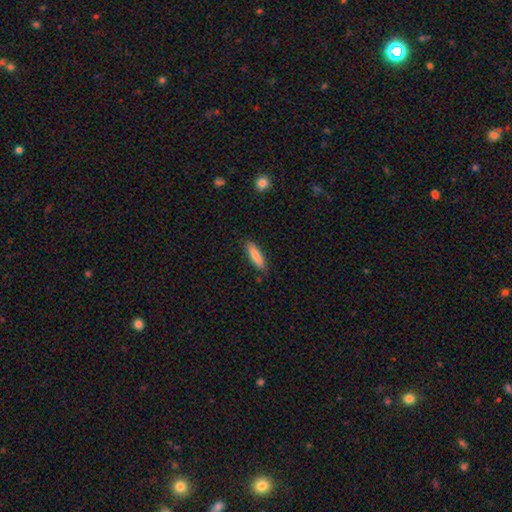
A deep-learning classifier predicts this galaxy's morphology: This is clearly a smooth galaxy (84%). How rounded: likely cigar-shaped (70%). Merging: clearly none (87%).